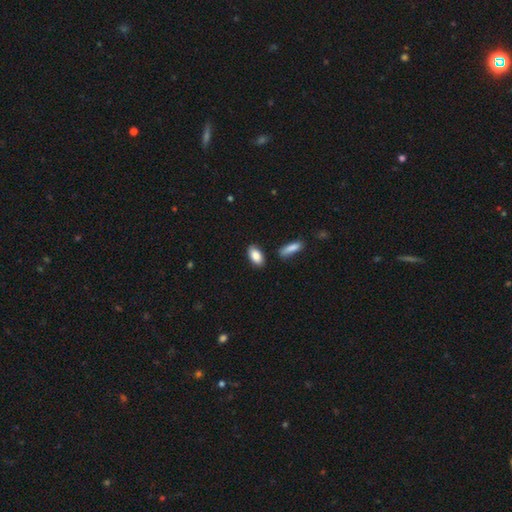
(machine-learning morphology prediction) A smooth galaxy with no disk features (85%) that is in between round and cigar-shaped (90%). Merging: none (83%).